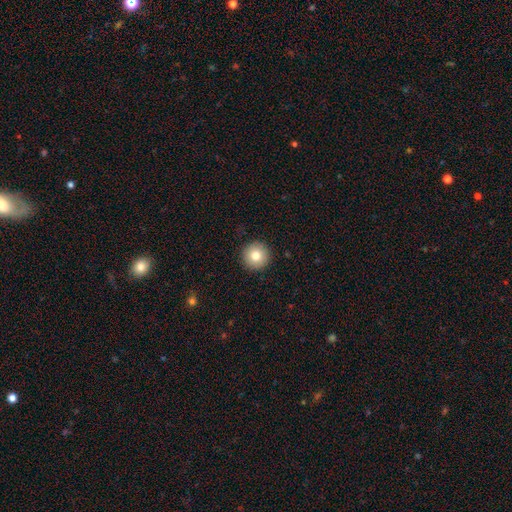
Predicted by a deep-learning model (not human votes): This appears to be a smooth galaxy with no disk features (81%) that is round (96%). Merging: none (93%).